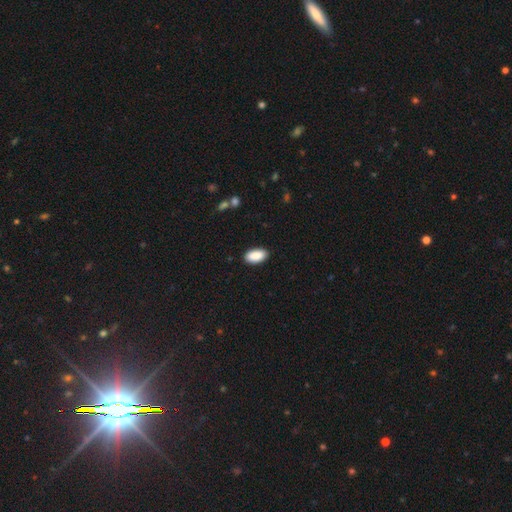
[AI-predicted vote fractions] Smooth or featured? Predicted: smooth (p=0.90). How rounded? Predicted: in between (p=0.94). Merging? Predicted: none (p=0.89).